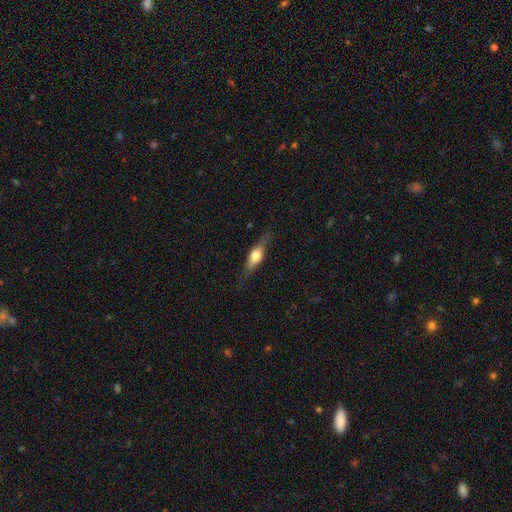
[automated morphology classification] smooth 50%, featured or disk 44%, star or artifact 6%. Down the decision tree: merging — none (78%).